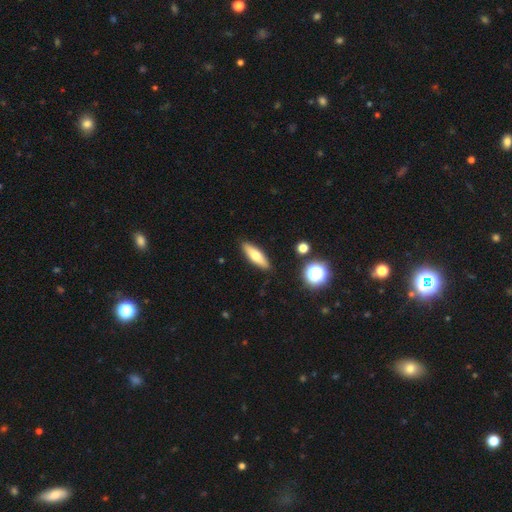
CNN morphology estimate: smooth-or-featured: smooth: 65% | featured or disk: 28% | star or artifact: 7%
  how-rounded: cigar-shaped: 53% | in between: 44% | round: 3%
  merging: none: 88% | minor disturbance: 9% | major disturbance: 2% | merger: 2%